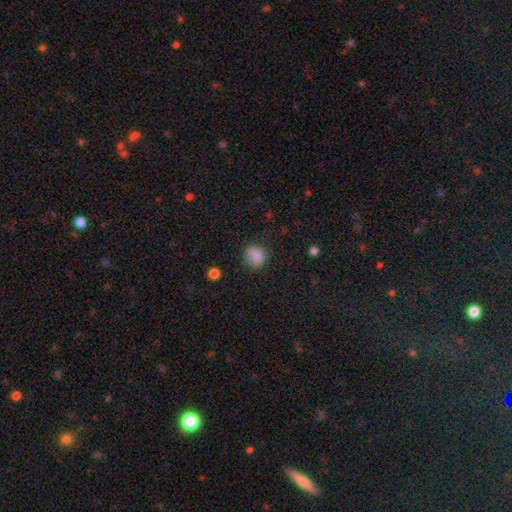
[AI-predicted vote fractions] smooth-or-featured: smooth: 85% | star or artifact: 11% | featured or disk: 4%
  how-rounded: round: 77% | in between: 22% | cigar-shaped: 1%
  merging: none: 82% | minor disturbance: 13% | major disturbance: 4% | merger: 1%